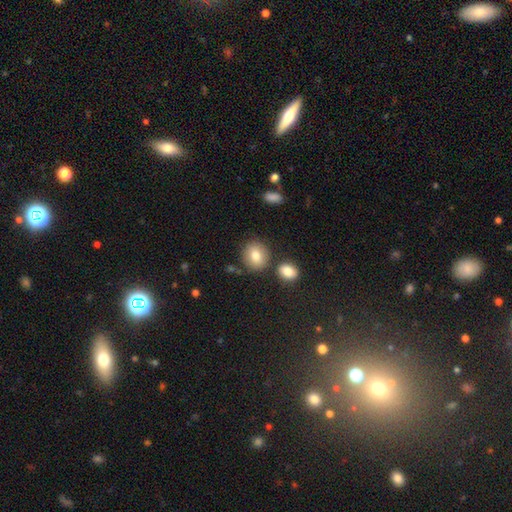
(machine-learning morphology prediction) A smooth galaxy with no disk features (80%) that is round (77%). Merging: none (78%).